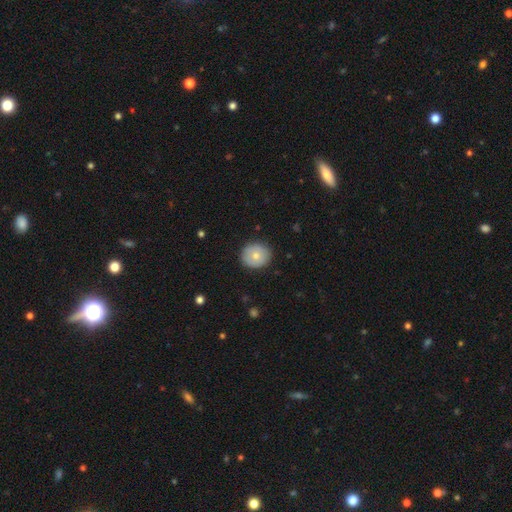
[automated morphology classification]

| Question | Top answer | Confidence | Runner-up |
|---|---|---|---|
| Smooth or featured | smooth | 68% | featured or disk (25%) |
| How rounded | round | 83% | in between (16%) |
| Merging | none | 87% | minor disturbance (10%) |